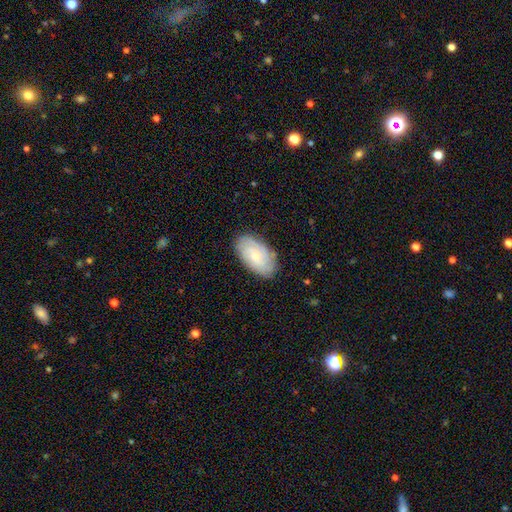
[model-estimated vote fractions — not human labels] The model was most divided on "smooth or featured": smooth: 48%, featured or disk: 45%, star or artifact: 7%. More confident: merging — none (81%).